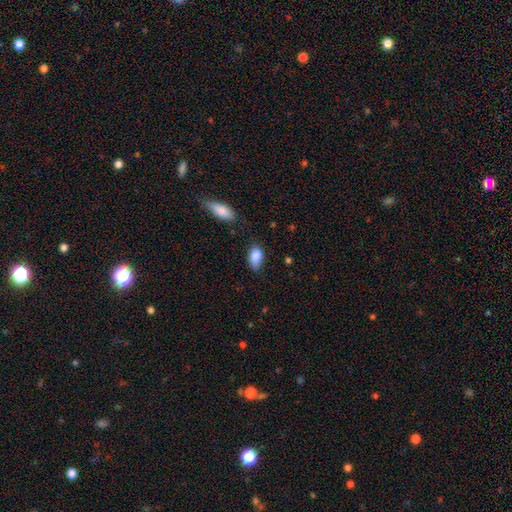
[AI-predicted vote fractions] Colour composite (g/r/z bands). It shows a smooth galaxy with no disk features (86%) that is in between round and cigar-shaped (90%). Merging: none (55%).